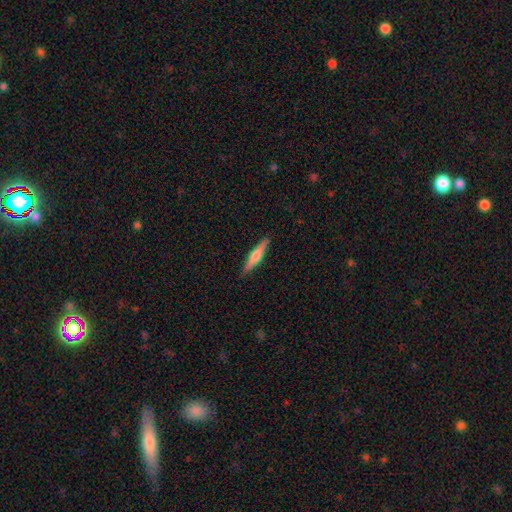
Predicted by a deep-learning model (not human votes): A smooth galaxy with no disk features (52%) that is cigar-shaped (88%).

Vote fractions:
- Smooth or featured? smooth: 52% / featured or disk: 43% / star or artifact: 6%
- How rounded? cigar-shaped: 88% / in between: 10% / round: 2%
- Merging? none: 90% / minor disturbance: 8% / major disturbance: 2% / merger: 1%